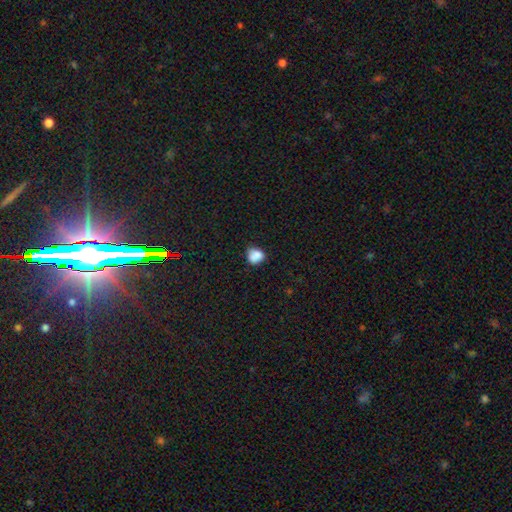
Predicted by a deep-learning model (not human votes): Smooth or featured? smooth (81%)
How rounded? round (64%)
Merging? none (51%)